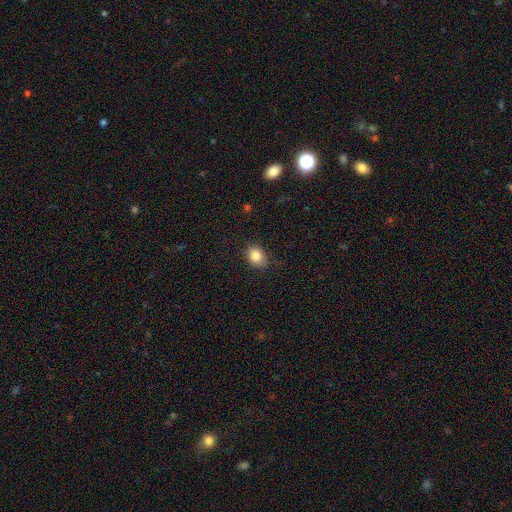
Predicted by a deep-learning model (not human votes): Smooth or featured? Predicted: smooth (p=0.84). How rounded? Predicted: in between (p=0.57). Merging? Predicted: none (p=0.79).